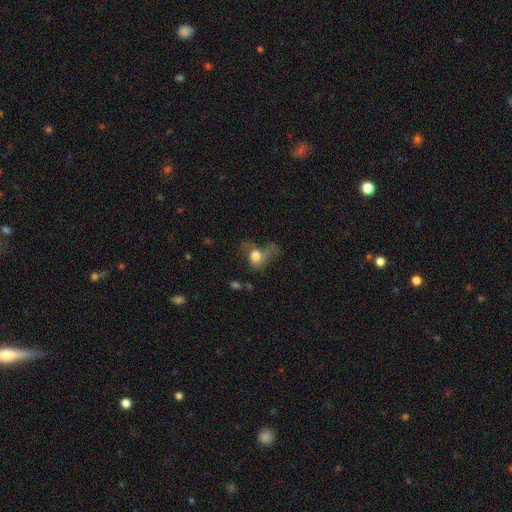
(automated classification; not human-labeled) smooth 63%, featured or disk 25%, star or artifact 11%. Down the decision tree: how rounded — in between (50%); merging — major disturbance (47%).